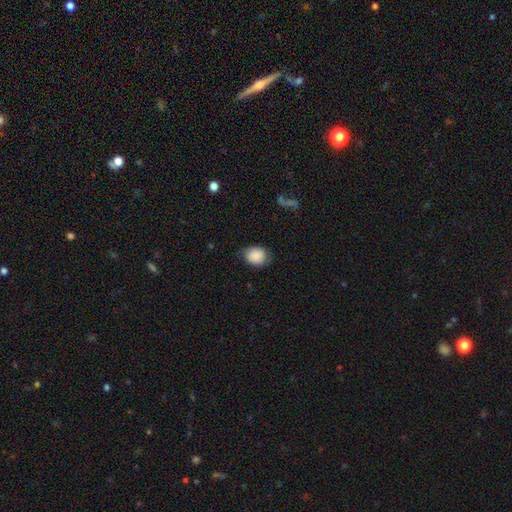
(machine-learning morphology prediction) A smooth galaxy with no disk features (85%) that is in between round and cigar-shaped (52%). Merging: none (72%).